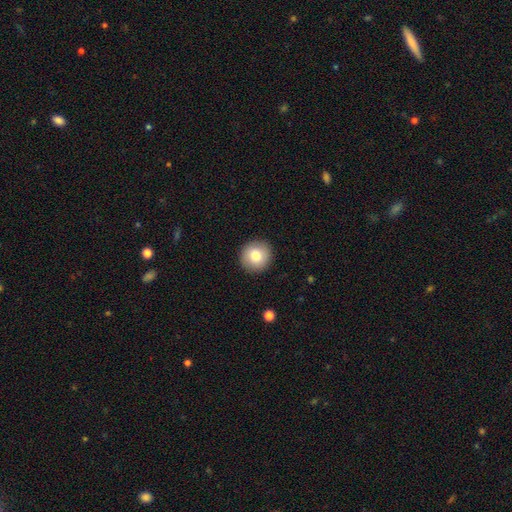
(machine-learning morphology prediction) smooth_or_featured: smooth (p=0.80) [alt: featured or disk p=0.12]
how_rounded: round (p=0.94) [alt: in between p=0.05]
merging: none (p=0.92) [alt: minor disturbance p=0.05]